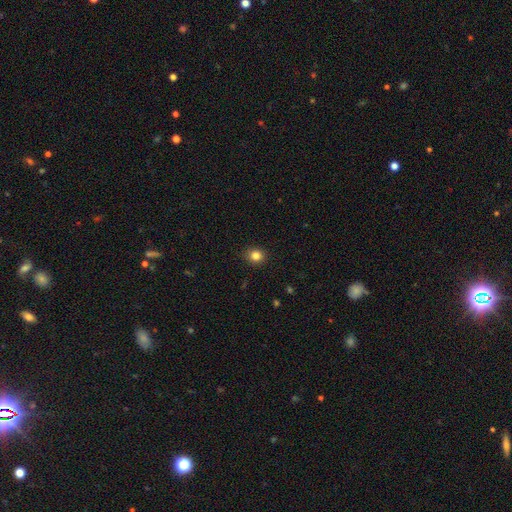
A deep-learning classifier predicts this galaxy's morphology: smooth 83%, star or artifact 12%, featured or disk 5%. Down the decision tree: how rounded — round (79%); merging — none (90%).